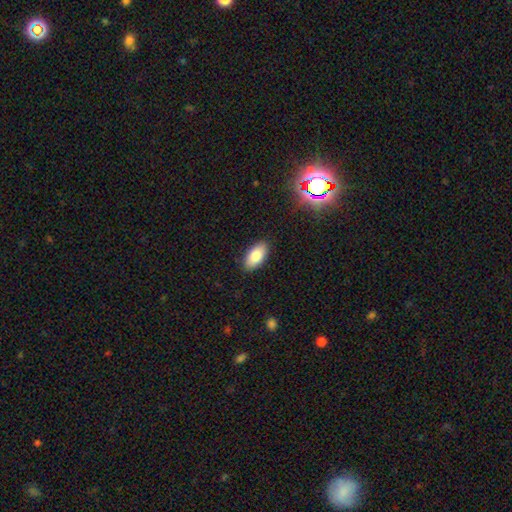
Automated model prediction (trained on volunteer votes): Smooth or featured? Predicted: smooth (p=0.85). How rounded? Predicted: in between (p=0.94). Merging? Predicted: none (p=0.88).